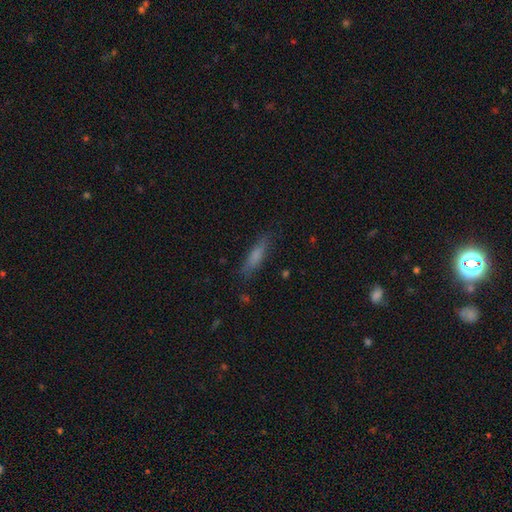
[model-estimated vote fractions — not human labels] Overall: smooth (72%). How rounded: cigar-shaped (76%). Merging: none (80%).